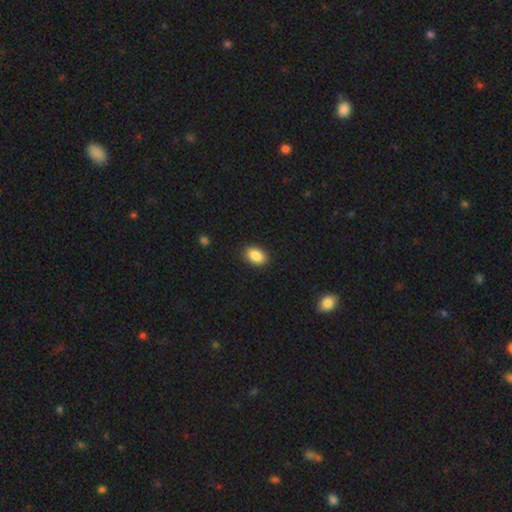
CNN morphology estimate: smooth_or_featured: smooth (p=0.89) [alt: star or artifact p=0.08]
how_rounded: in between (p=0.86) [alt: round p=0.13]
merging: none (p=0.89) [alt: minor disturbance p=0.08]